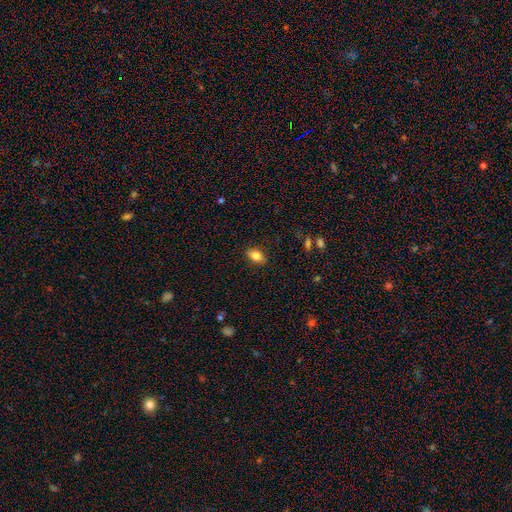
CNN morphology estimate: Smooth or featured?
  - smooth: 82% *
  - featured or disk: 9%
  - star or artifact: 8%
How rounded?
  - in between: 86% *
  - round: 11%
  - cigar-shaped: 4%
Merging?
  - none: 86% *
  - minor disturbance: 10%
  - major disturbance: 2%
  - merger: 1%